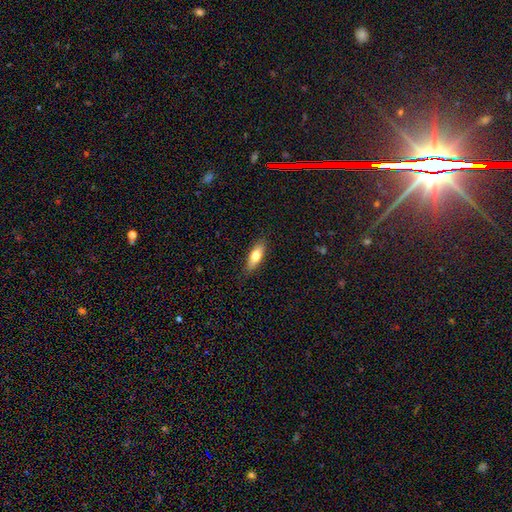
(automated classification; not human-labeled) Smooth or featured?
  - smooth: 73% *
  - featured or disk: 21%
  - star or artifact: 6%
How rounded?
  - in between: 62% *
  - cigar-shaped: 36%
  - round: 3%
Merging?
  - none: 85% *
  - minor disturbance: 12%
  - major disturbance: 2%
  - merger: 1%